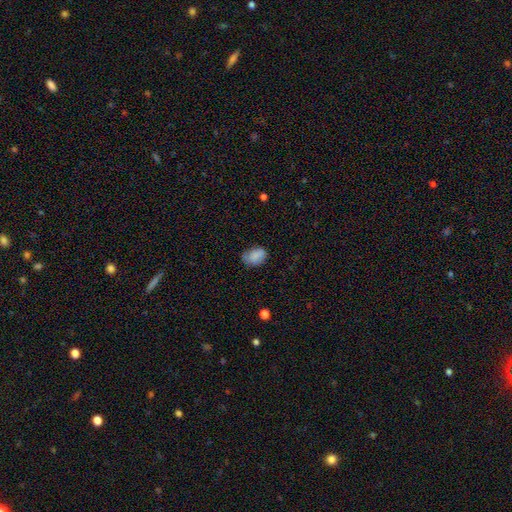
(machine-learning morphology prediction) Smooth or featured? smooth (82%)
How rounded? in between (77%)
Merging? none (62%)